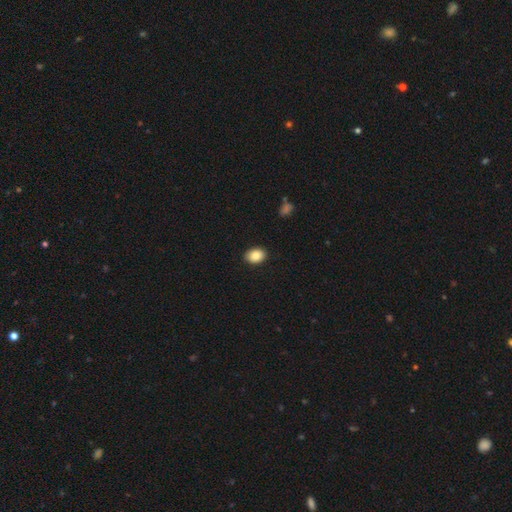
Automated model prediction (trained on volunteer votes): smooth-or-featured: smooth: 88% | star or artifact: 8% | featured or disk: 5%
  how-rounded: in between: 75% | round: 24% | cigar-shaped: 1%
  merging: none: 89% | minor disturbance: 8% | major disturbance: 2% | merger: 1%